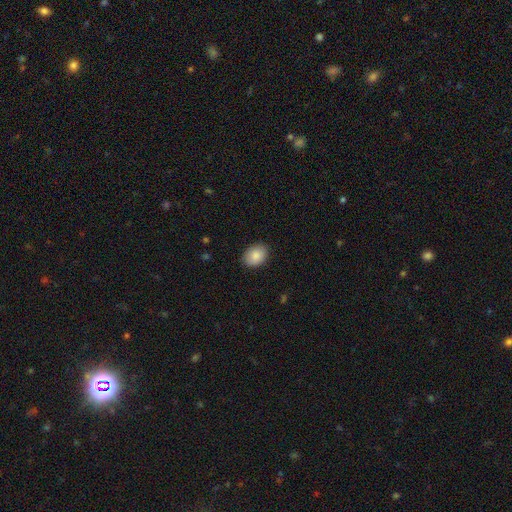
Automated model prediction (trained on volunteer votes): Smooth or featured?
  - smooth: 88% *
  - star or artifact: 7%
  - featured or disk: 5%
How rounded?
  - in between: 72% *
  - round: 27%
  - cigar-shaped: 1%
Merging?
  - none: 88% *
  - minor disturbance: 9%
  - major disturbance: 2%
  - merger: 1%